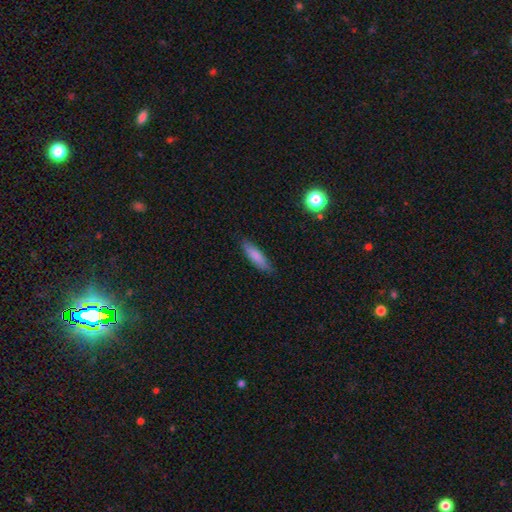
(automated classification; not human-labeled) Smooth or featured? Predicted: smooth (p=0.82). How rounded? Predicted: cigar-shaped (p=0.67). Merging? Predicted: none (p=0.83).